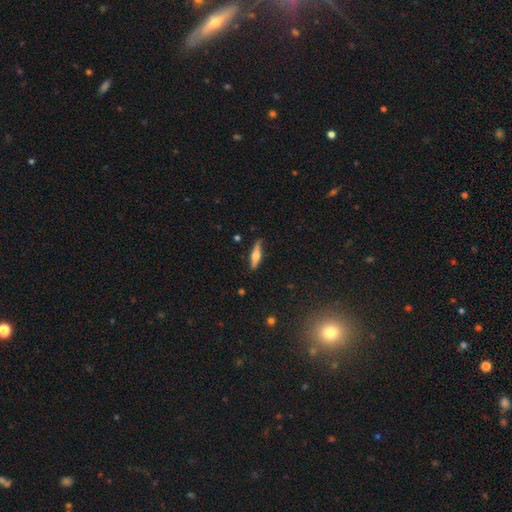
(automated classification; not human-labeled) This is possibly a smooth galaxy (50%). Merging: clearly none (83%).